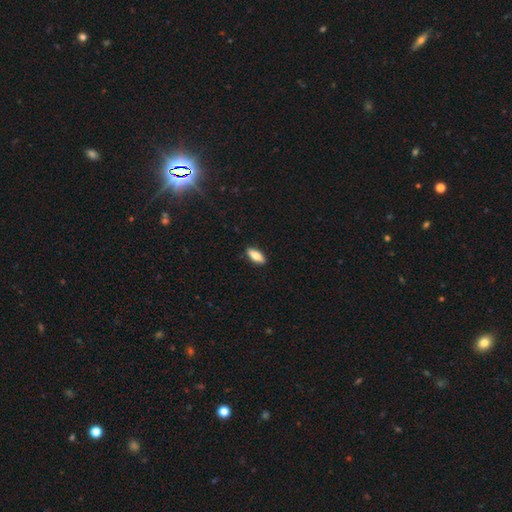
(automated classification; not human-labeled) A smooth galaxy with no disk features (74%) that is in between round and cigar-shaped (76%).

Vote fractions:
- Smooth or featured? smooth: 74% / featured or disk: 19% / star or artifact: 6%
- How rounded? in between: 76% / cigar-shaped: 22% / round: 3%
- Merging? none: 89% / minor disturbance: 8% / major disturbance: 2% / merger: 1%